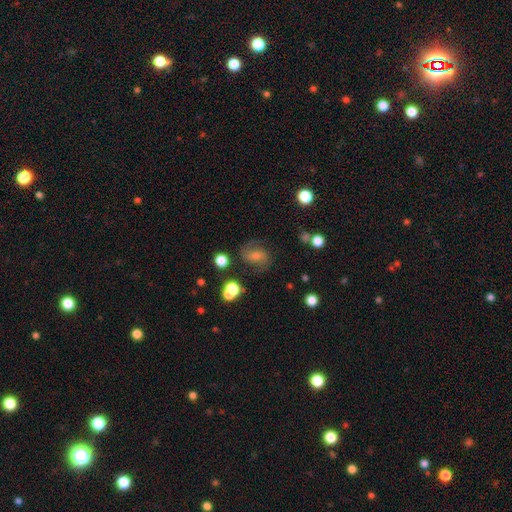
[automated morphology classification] A featured or disk galaxy (61%) with a weak bar (45%), 2 (85%) medium (51%) spiral arms (91%) and a small central bulge (44%).

Vote fractions:
- Smooth or featured? featured or disk: 61% / smooth: 23% / star or artifact: 15%
- Edge-on disk? no: 97% / yes: 3%
- Bar? weak: 45% / no: 38% / strong: 17%
- Spiral arms? yes: 91% / no: 9%
- Spiral winding? medium: 51% / tight: 24% / loose: 24%
- Spiral arm count? 2: 85% / can't tell: 8% / 1: 3% / 3: 2% / 4: 1% / more than 4: 1%
- Bulge size? small: 44% / moderate: 43% / none: 6% / large: 5% / dominant: 2%
- Merging? none: 75% / minor disturbance: 15% / major disturbance: 8% / merger: 3%